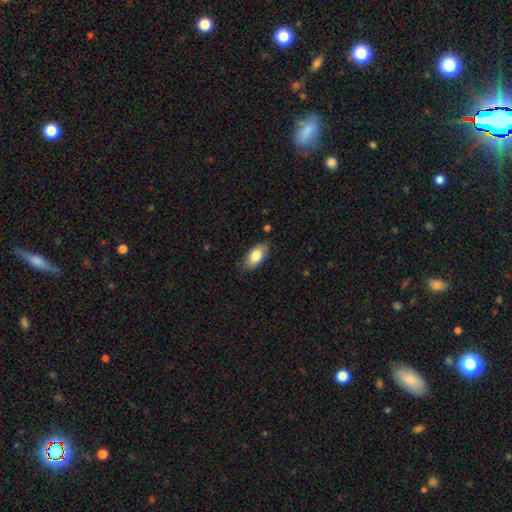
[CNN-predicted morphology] Overall: smooth (83%). How rounded: in between (90%). Merging: none (81%).